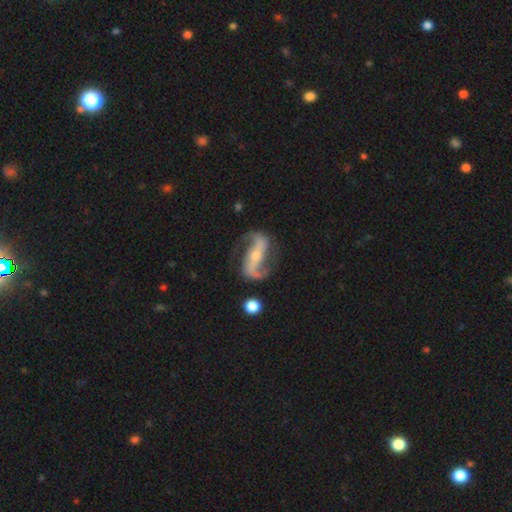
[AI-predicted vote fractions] Smooth or featured?
  - featured or disk: 90% *
  - smooth: 5%
  - star or artifact: 5%
Edge-on disk?
  - no: 95% *
  - yes: 5%
Bar?
  - strong: 58% *
  - no: 22%
  - weak: 20%
Spiral arms?
  - yes: 97% *
  - no: 3%
Spiral winding?
  - loose: 53% *
  - medium: 35%
  - tight: 11%
Spiral arm count?
  - 2: 93% *
  - can't tell: 2%
  - 1: 2%
  - 3: 1%
  - 4: 1%
  - more than 4: 1%
Bulge size?
  - small: 60% *
  - moderate: 35%
  - none: 3%
  - large: 2%
  - dominant: 1%
Merging?
  - none: 77% *
  - minor disturbance: 13%
  - major disturbance: 7%
  - merger: 3%